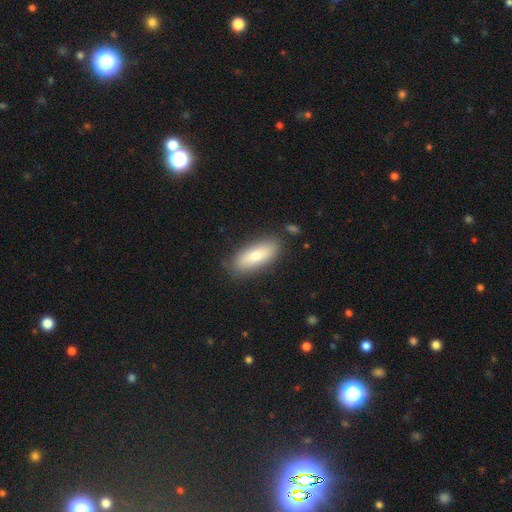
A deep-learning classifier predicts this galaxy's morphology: A smooth galaxy with no disk features (75%) that is in between round and cigar-shaped (74%). Merging: none (84%).